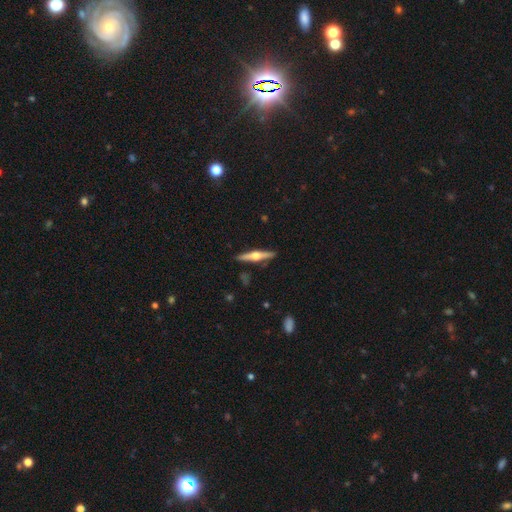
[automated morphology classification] Overall: featured or disk (71%). Edge-on disk: yes (98%). Edge-on bulge: rounded (95%). Merging: none (89%).